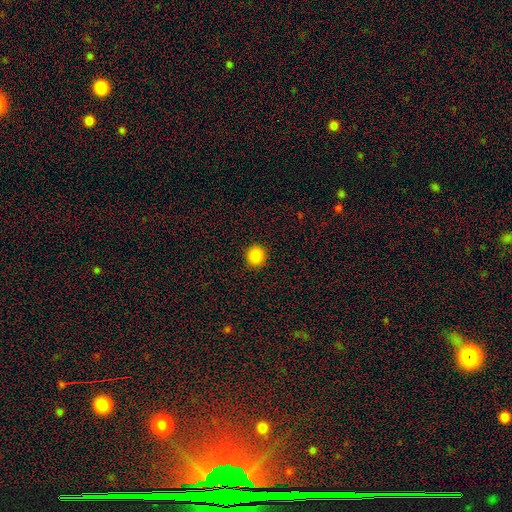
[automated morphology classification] type=smooth (86%); roundness=round (92%); merging=none (93%).